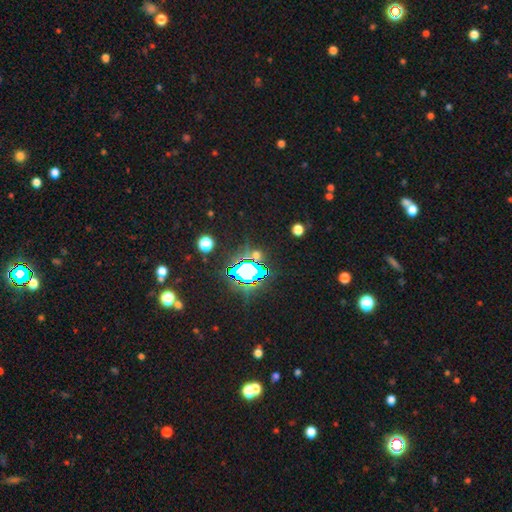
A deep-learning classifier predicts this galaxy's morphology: Overall: star or artifact (68%).